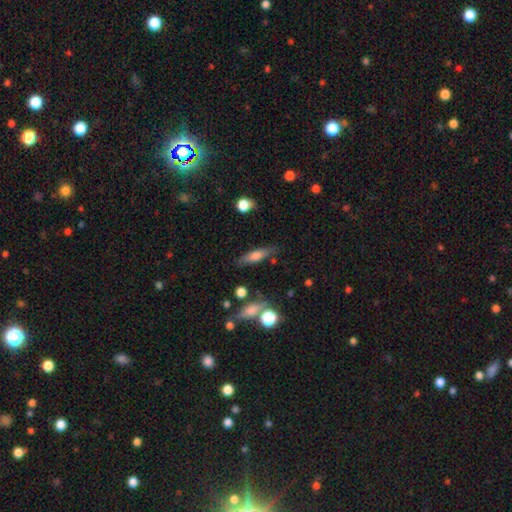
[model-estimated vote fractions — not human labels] The model was most divided on "how rounded": cigar-shaped: 58%, in between: 38%, round: 3%. More confident: merging — none (78%); smooth or featured — smooth (66%).